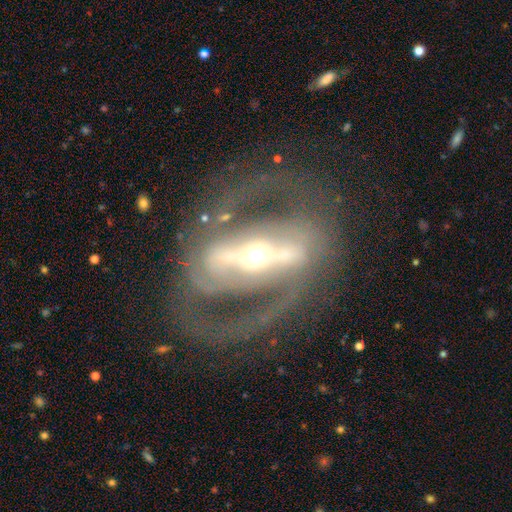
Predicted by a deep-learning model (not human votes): Smooth or featured?
  - featured or disk: 87% *
  - smooth: 7%
  - star or artifact: 6%
Edge-on disk?
  - no: 90% *
  - yes: 10%
Bar?
  - strong: 76% *
  - weak: 14%
  - no: 10%
Spiral arms?
  - yes: 80% *
  - no: 20%
Spiral winding?
  - medium: 49% *
  - tight: 31%
  - loose: 20%
Spiral arm count?
  - 2: 83% *
  - can't tell: 8%
  - 1: 3%
  - 3: 3%
  - 4: 1%
  - more than 4: 1%
Bulge size?
  - small: 45% * (tied)
  - moderate: 45% * (tied)
  - large: 6%
  - dominant: 2%
  - none: 1%
Merging?
  - none: 67% *
  - major disturbance: 17%
  - minor disturbance: 14%
  - merger: 2%